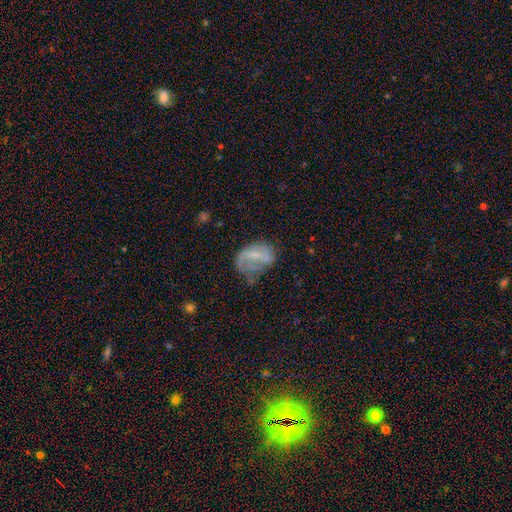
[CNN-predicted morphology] Smooth or featured? featured or disk (51%)
Edge-on disk? no (97%)
Merging? major disturbance (37%)